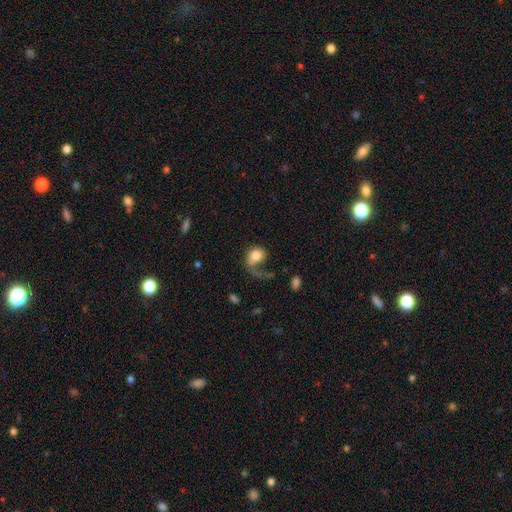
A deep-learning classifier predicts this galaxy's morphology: Overall: smooth (60%; featured or disk 31%). How rounded: round (49%, tied with in between). Merging: major disturbance (52%; none 26%).